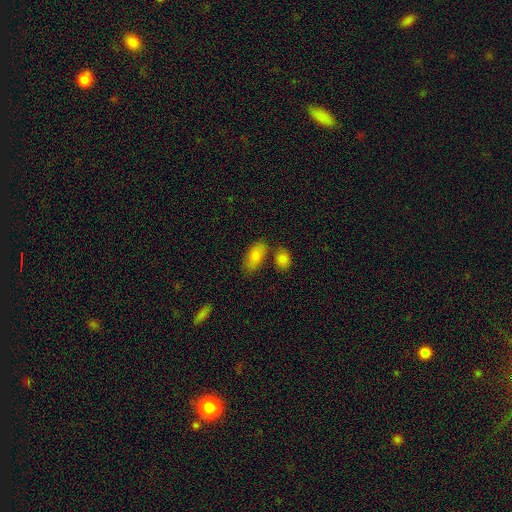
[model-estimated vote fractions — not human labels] The model was most divided on "merging": none: 59%, merger: 21%, minor disturbance: 15%, major disturbance: 5%. More confident: how rounded — in between (91%); smooth or featured — smooth (82%).